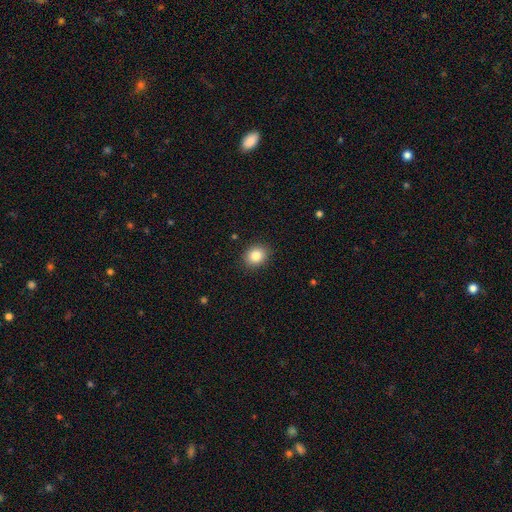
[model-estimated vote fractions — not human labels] Overall: smooth (85%). How rounded: round (59%; in between 40%). Merging: none (89%).